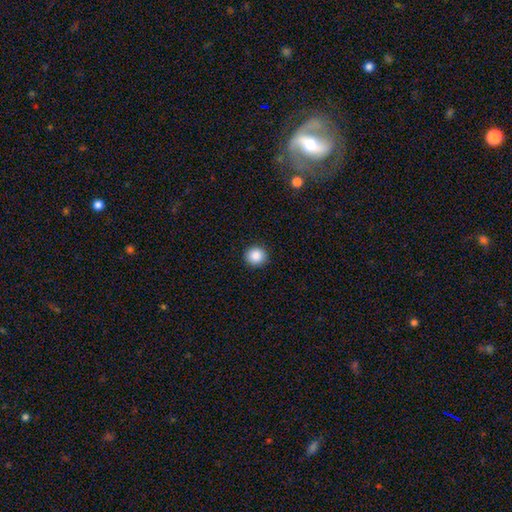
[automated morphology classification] smooth_or_featured: smooth (p=0.88) [alt: star or artifact p=0.09]
how_rounded: round (p=0.93) [alt: in between p=0.06]
merging: none (p=0.92) [alt: minor disturbance p=0.05]